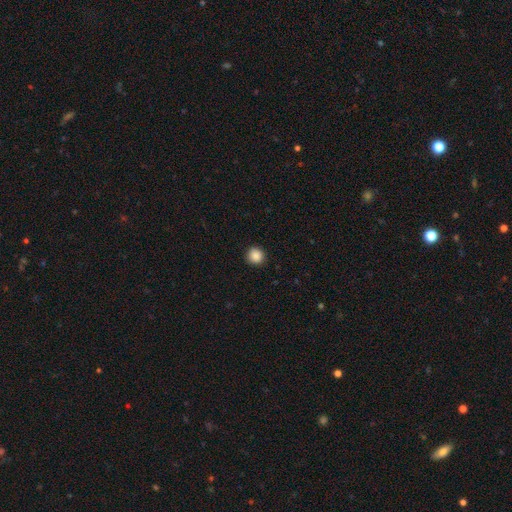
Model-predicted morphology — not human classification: Overall: smooth (87%). How rounded: round (94%). Merging: none (91%).